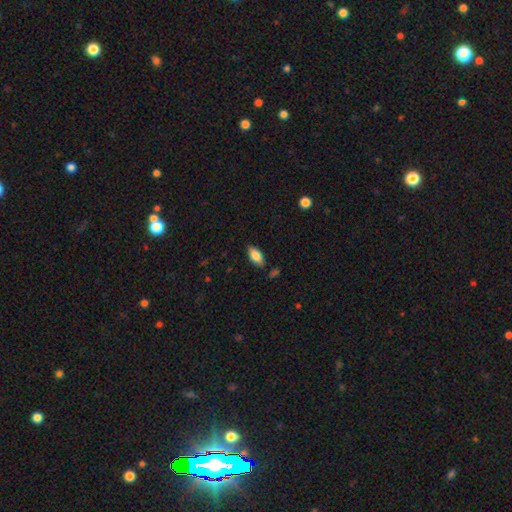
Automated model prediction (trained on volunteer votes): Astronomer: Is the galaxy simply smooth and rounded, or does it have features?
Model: smooth — 82%.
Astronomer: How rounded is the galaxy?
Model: in between — 89%.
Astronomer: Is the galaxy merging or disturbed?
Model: none — 81%.